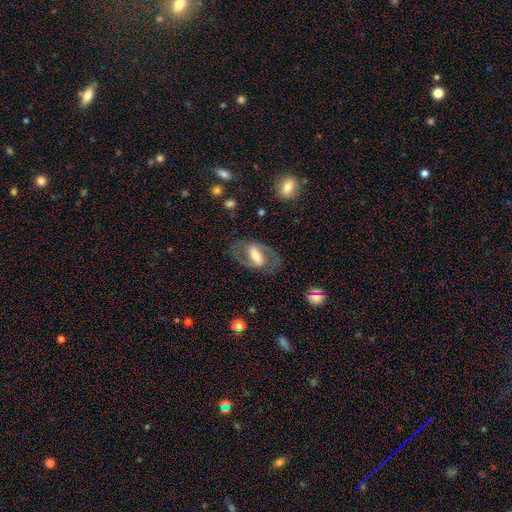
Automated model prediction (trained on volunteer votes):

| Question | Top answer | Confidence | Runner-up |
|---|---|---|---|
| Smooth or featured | featured or disk | 74% | smooth (19%) |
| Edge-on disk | no | 94% | yes (6%) |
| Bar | strong | 56% | weak (31%) |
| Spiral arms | yes | 82% | no (18%) |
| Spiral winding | medium | 54% | tight (25%) |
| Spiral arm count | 2 | 89% | can't tell (6%) |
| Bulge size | moderate | 44% | large (26%) |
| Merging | none | 76% | minor disturbance (13%) |